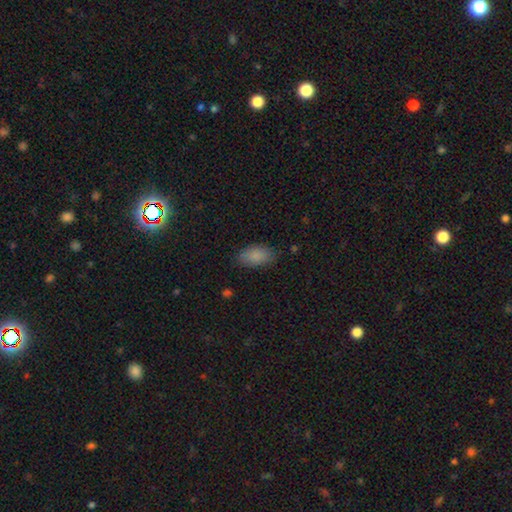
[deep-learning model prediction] A smooth galaxy with no disk features (87%) that is in between round and cigar-shaped (93%). Merging: none (83%).